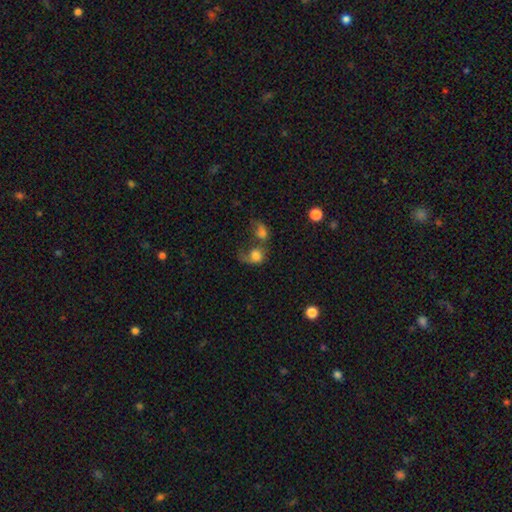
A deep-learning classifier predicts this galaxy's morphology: This appears to be a smooth galaxy with no disk features (63%) that is round (50%). Merging: merger (56%).